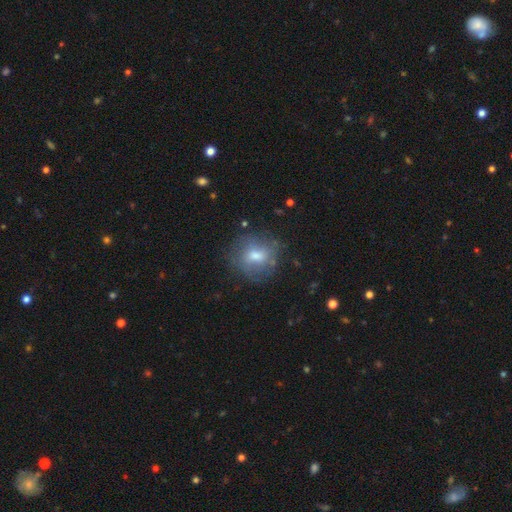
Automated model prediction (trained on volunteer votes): This is possibly a smooth galaxy (56%). How rounded: likely round (75%). Merging: likely none (70%).